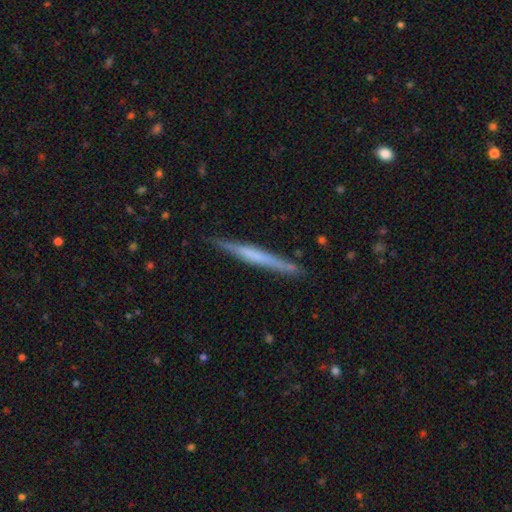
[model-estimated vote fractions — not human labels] featured or disk 53%, smooth 41%, star or artifact 6%. Down the decision tree: edge-on disk — yes (97%); edge-on bulge — none (70%); merging — none (88%).